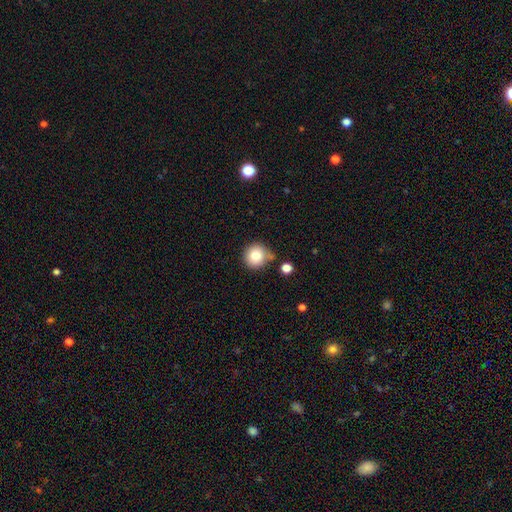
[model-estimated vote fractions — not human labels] smooth_or_featured: smooth (p=0.80) [alt: star or artifact p=0.10]
how_rounded: round (p=0.94) [alt: in between p=0.05]
merging: none (p=0.73) [alt: minor disturbance p=0.14]